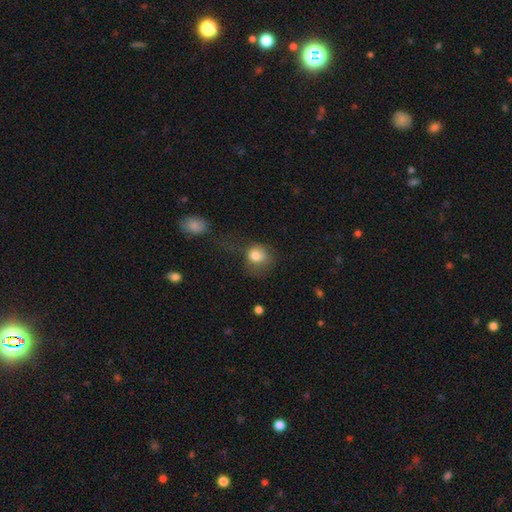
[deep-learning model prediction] The model was most divided on "merging": none: 40%, major disturbance: 30%, minor disturbance: 25%, merger: 5%. More confident: smooth or featured — smooth (81%); how rounded — round (67%).